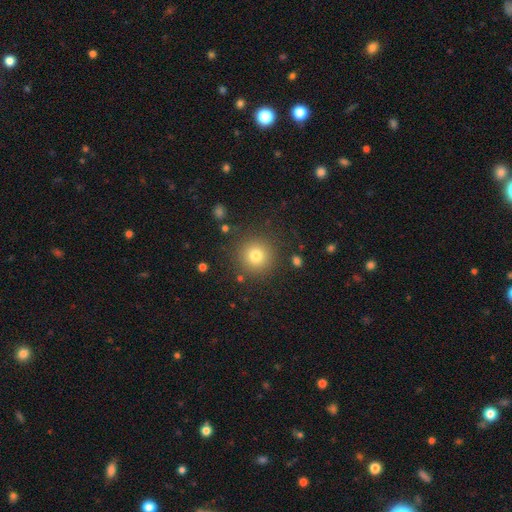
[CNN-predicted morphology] Smooth or featured? Predicted: smooth (p=0.78). How rounded? Predicted: round (p=0.95). Merging? Predicted: none (p=0.88).